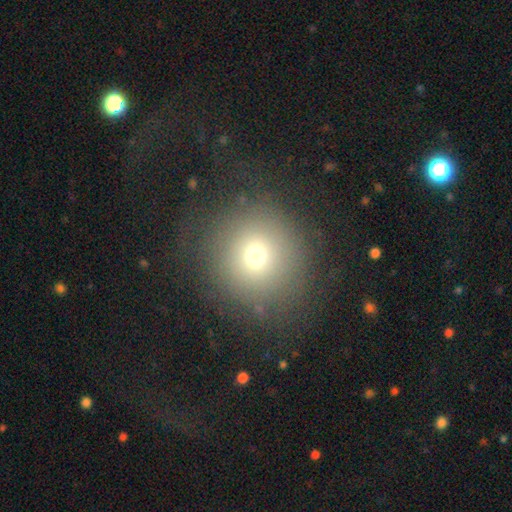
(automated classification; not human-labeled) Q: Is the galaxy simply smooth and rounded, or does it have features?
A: smooth — 69%.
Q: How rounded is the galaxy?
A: round — 93%.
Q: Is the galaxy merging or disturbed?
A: none — 78%.